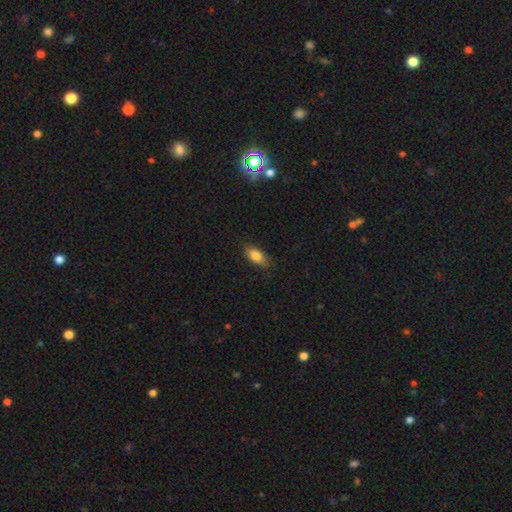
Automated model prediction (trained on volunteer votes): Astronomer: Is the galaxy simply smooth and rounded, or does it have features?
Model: smooth — 84%.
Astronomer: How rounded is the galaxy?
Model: in between — 88%.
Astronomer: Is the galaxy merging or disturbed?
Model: none — 81%.